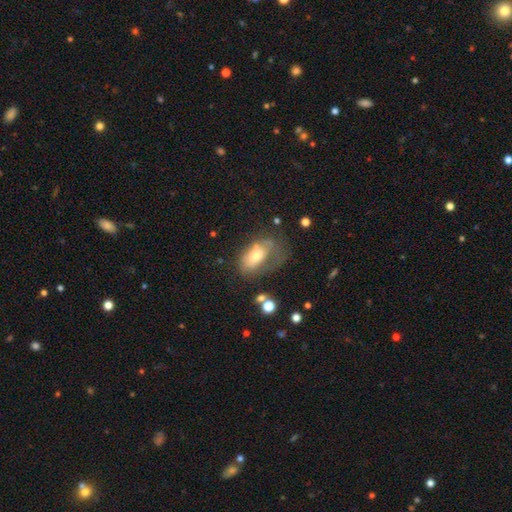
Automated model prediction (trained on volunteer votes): Smooth or featured?
  - smooth: 57% *
  - featured or disk: 34%
  - star or artifact: 9%
How rounded?
  - in between: 88% *
  - round: 8%
  - cigar-shaped: 4%
Merging?
  - major disturbance: 37% *
  - none: 31%
  - minor disturbance: 27%
  - merger: 4%